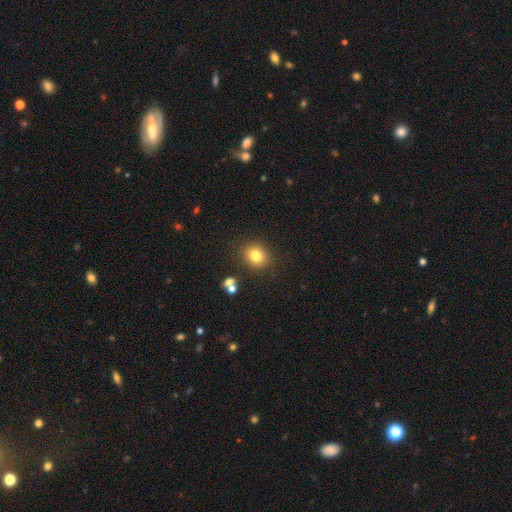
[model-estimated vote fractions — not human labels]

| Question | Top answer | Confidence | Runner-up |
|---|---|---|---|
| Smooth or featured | smooth | 80% | star or artifact (12%) |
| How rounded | round | 71% | in between (28%) |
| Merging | none | 84% | minor disturbance (9%) |